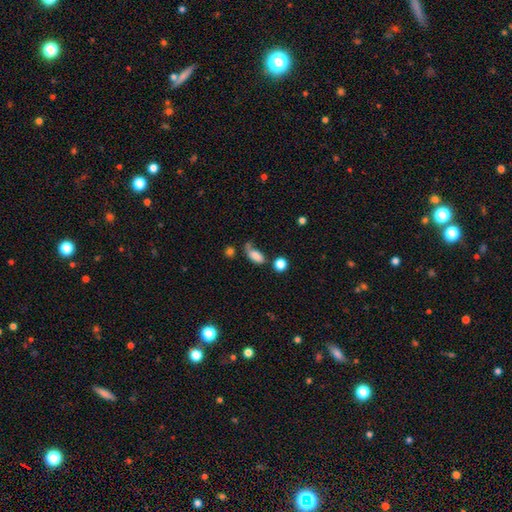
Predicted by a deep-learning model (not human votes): Smooth or featured? Predicted: smooth (p=0.78). How rounded? Predicted: in between (p=0.83). Merging? Predicted: none (p=0.39).